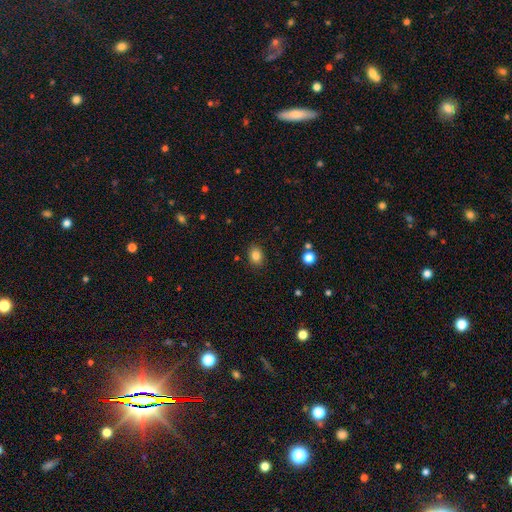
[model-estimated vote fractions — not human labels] A smooth galaxy with no disk features (83%) that is in between round and cigar-shaped (55%). Merging: none (87%).